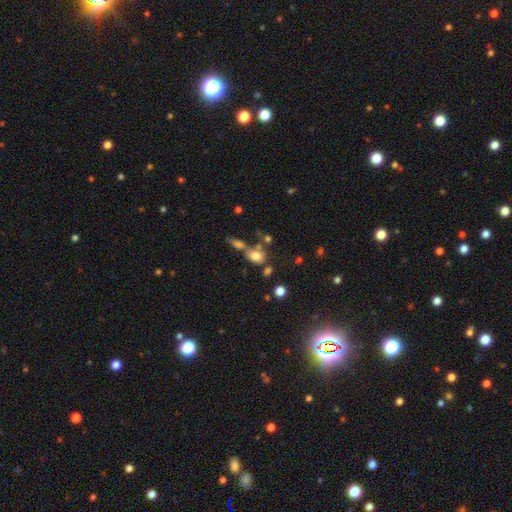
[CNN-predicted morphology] Smooth or featured? Predicted: smooth (p=0.74). How rounded? Predicted: in between (p=0.63). Merging? Predicted: none (p=0.41).